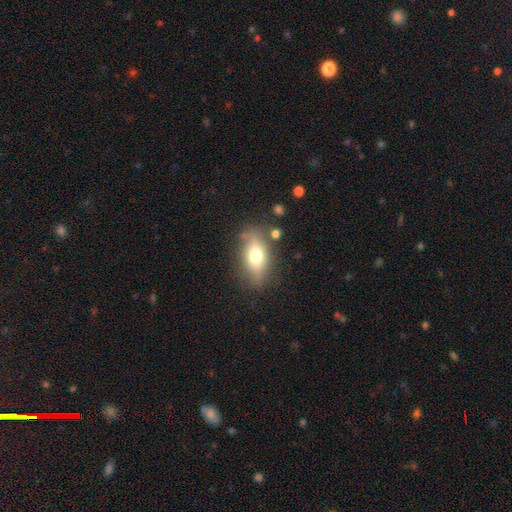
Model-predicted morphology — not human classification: A smooth galaxy with no disk features (64%) that is in between round and cigar-shaped (80%). Merging: none (75%).